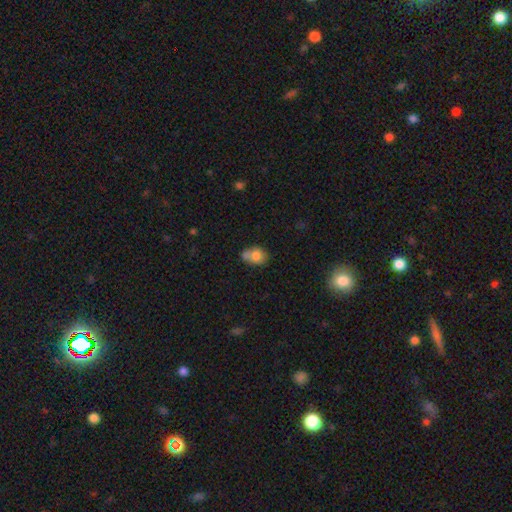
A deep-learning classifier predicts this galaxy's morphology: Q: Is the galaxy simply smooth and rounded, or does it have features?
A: smooth — 77%.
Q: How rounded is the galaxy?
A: in between — 50%.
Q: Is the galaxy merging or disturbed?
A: none — 41%.